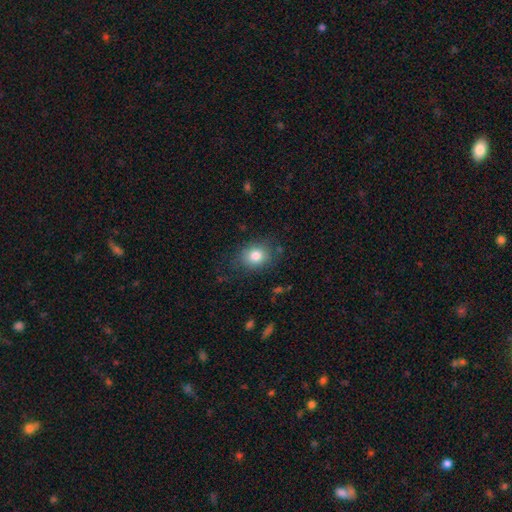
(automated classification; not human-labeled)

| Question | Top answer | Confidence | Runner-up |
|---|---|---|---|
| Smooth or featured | smooth | 81% | star or artifact (10%) |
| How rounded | round | 53% | in between (46%) |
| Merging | none | 79% | minor disturbance (15%) |